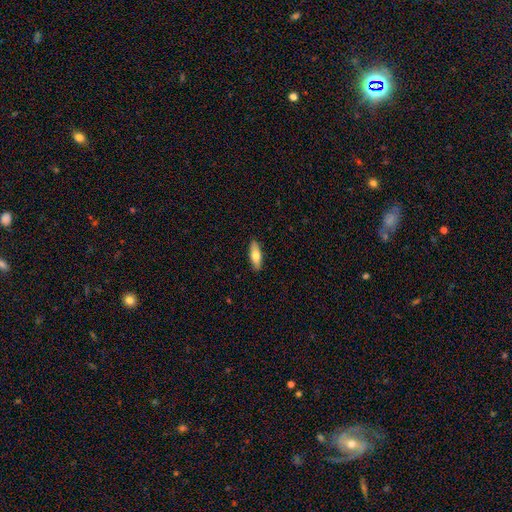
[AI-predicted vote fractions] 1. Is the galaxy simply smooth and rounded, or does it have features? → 69% smooth, 25% featured or disk, 6% star or artifact.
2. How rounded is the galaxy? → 56% in between, 42% cigar-shaped, 2% round.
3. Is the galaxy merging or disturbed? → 89% none, 8% minor disturbance, 2% major disturbance, 1% merger.